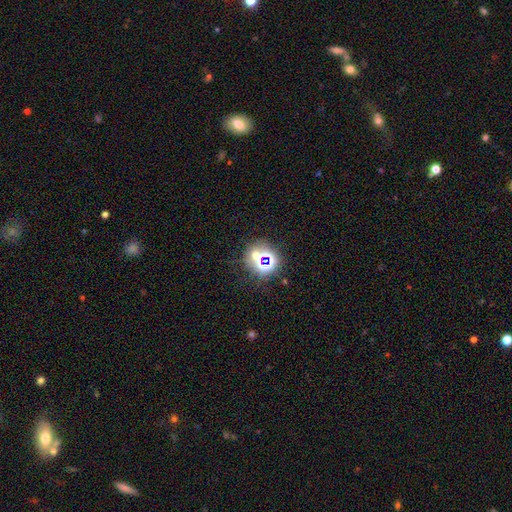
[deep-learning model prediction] Smooth or featured: star or artifact — 59% (smooth — 29%)